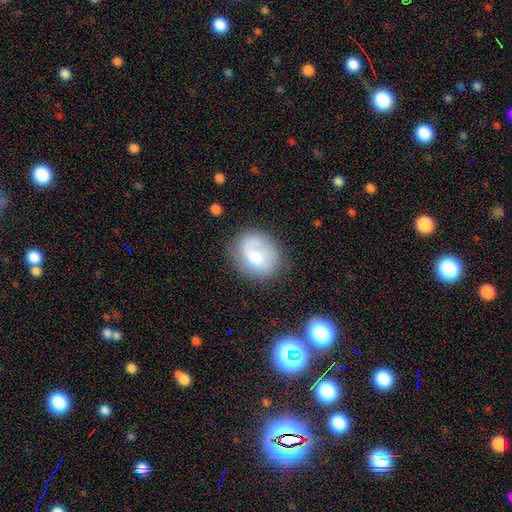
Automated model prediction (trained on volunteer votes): This appears to be a smooth galaxy with no disk features (50%) that is round (62%). Merging: none (64%).